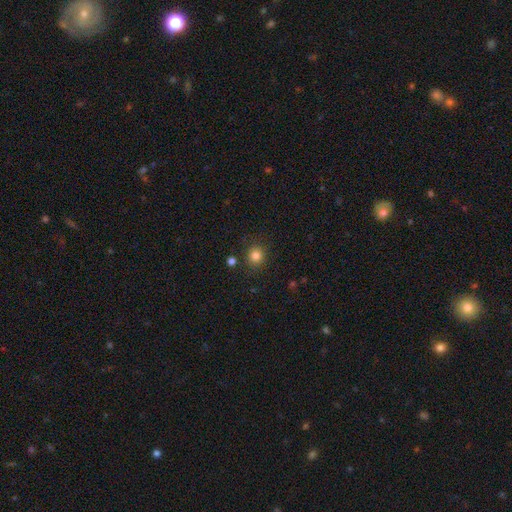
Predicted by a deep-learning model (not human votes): smooth-or-featured: smooth: 82% | star or artifact: 13% | featured or disk: 5%
  how-rounded: round: 90% | in between: 9% | cigar-shaped: 1%
  merging: none: 87% | minor disturbance: 8% | merger: 3% | major disturbance: 3%